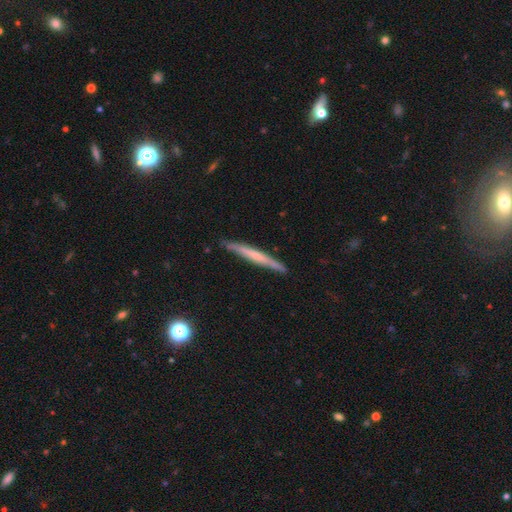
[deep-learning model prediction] Morphology: type=featured or disk (56%); edge-on=yes (96%); edge-on bulge=none (61%); merging=none (88%).